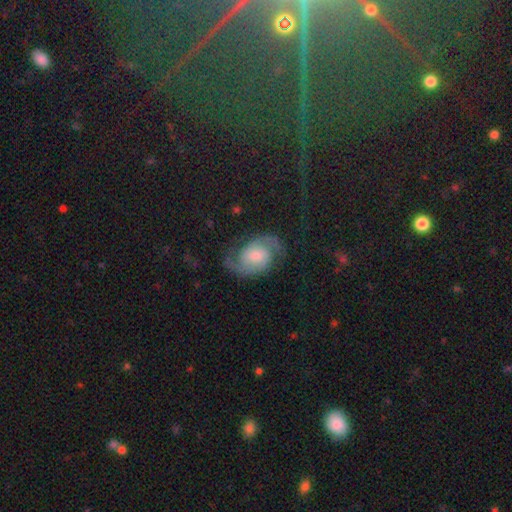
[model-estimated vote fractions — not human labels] Smooth or featured?
  - featured or disk: 86% *
  - smooth: 8%
  - star or artifact: 6%
Edge-on disk?
  - no: 98% *
  - yes: 2%
Bar?
  - no: 60% *
  - weak: 33%
  - strong: 7%
Spiral arms?
  - yes: 97% *
  - no: 3%
Spiral winding?
  - medium: 54% *
  - loose: 24%
  - tight: 22%
Spiral arm count?
  - 2: 93% *
  - can't tell: 2%
  - 1: 1%
  - 3: 1%
  - 4: 1%
  - more than 4: 1%
Bulge size?
  - moderate: 40% *
  - small: 29%
  - large: 18%
  - none: 10%
  - dominant: 3%
Merging?
  - none: 76% *
  - minor disturbance: 15%
  - major disturbance: 8%
  - merger: 1%